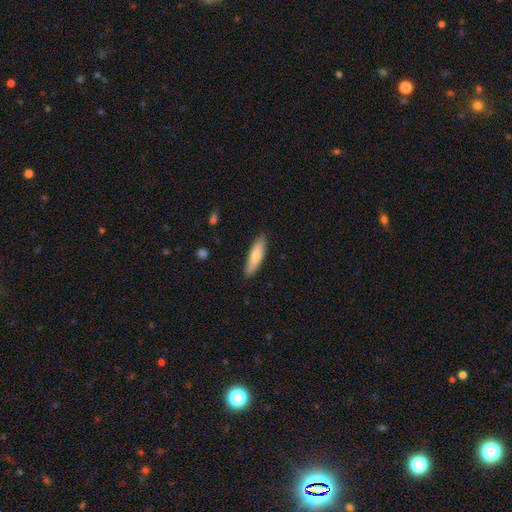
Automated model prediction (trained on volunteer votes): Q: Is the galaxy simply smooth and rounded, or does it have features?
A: smooth — 74%.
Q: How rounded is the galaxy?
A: cigar-shaped — 58%.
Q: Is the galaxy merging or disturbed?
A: none — 86%.